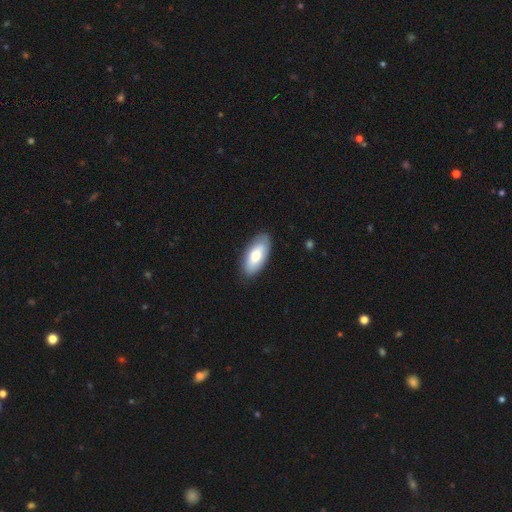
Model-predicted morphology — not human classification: smooth-or-featured: smooth: 74% | featured or disk: 21% | star or artifact: 6%
  how-rounded: in between: 90% | cigar-shaped: 7% | round: 2%
  merging: none: 86% | minor disturbance: 11% | major disturbance: 2% | merger: 1%